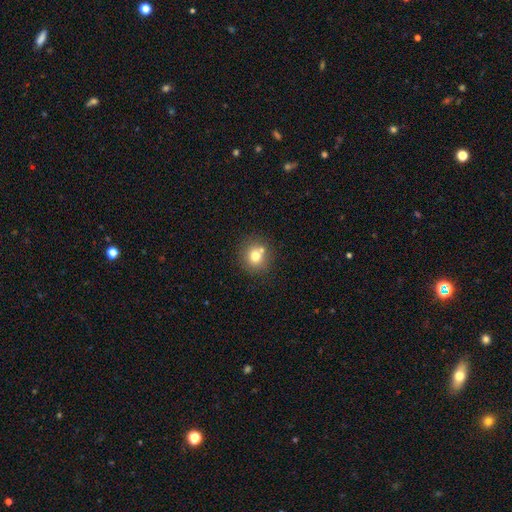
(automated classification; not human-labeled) Smooth or featured?
  - smooth: 75% *
  - star or artifact: 12%
  - featured or disk: 12%
How rounded?
  - round: 87% *
  - in between: 12%
  - cigar-shaped: 1%
Merging?
  - none: 72% *
  - merger: 16%
  - minor disturbance: 10%
  - major disturbance: 3%